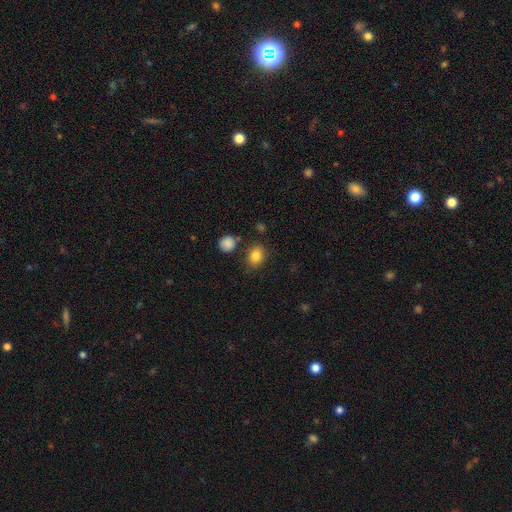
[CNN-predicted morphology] smooth-or-featured: smooth: 83% | star or artifact: 10% | featured or disk: 6%
  how-rounded: round: 54% | in between: 45% | cigar-shaped: 1%
  merging: none: 79% | minor disturbance: 12% | merger: 5% | major disturbance: 3%